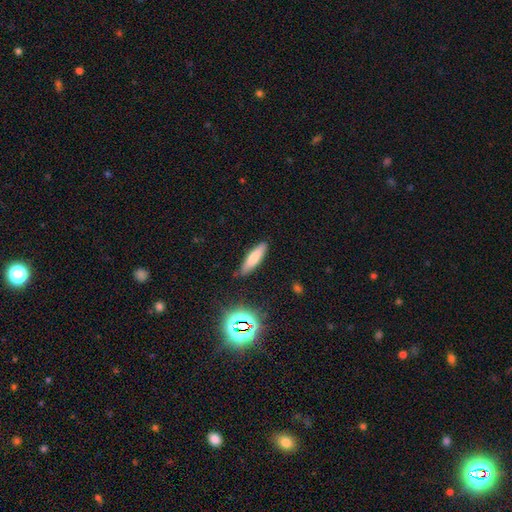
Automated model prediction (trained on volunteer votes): Smooth or featured? smooth (69%)
How rounded? cigar-shaped (72%)
Merging? none (84%)